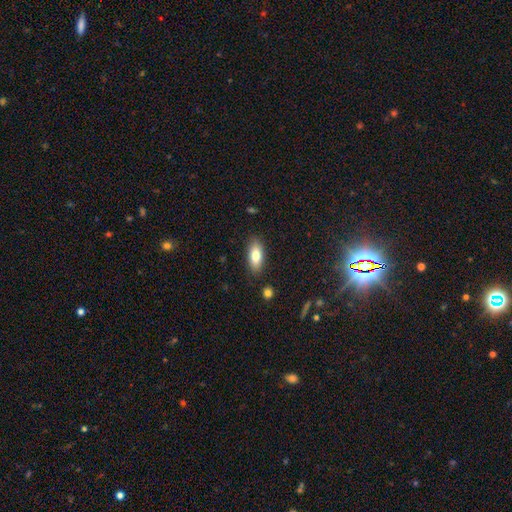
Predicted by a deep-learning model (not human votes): Smooth or featured?
  - smooth: 78% *
  - featured or disk: 14%
  - star or artifact: 7%
How rounded?
  - in between: 82% *
  - cigar-shaped: 15%
  - round: 3%
Merging?
  - none: 86% *
  - minor disturbance: 10%
  - major disturbance: 2%
  - merger: 2%